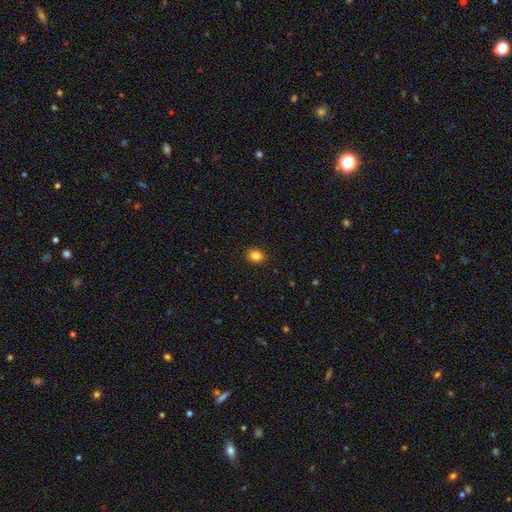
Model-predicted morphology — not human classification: A smooth galaxy with no disk features (83%) that is round (58%). Merging: none (90%).